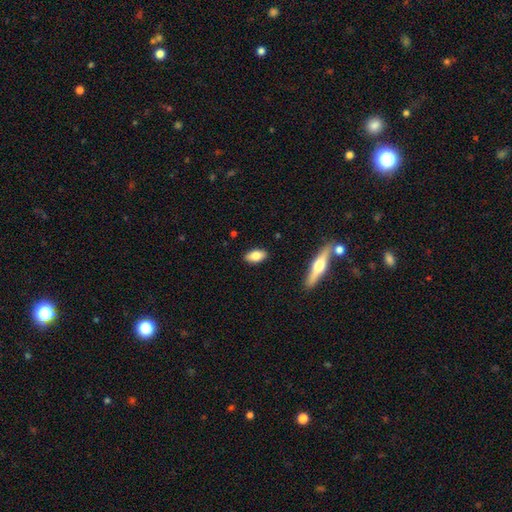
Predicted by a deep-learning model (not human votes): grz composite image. It shows a smooth galaxy with no disk features (77%) that is in between round and cigar-shaped (87%). Merging: none (88%).